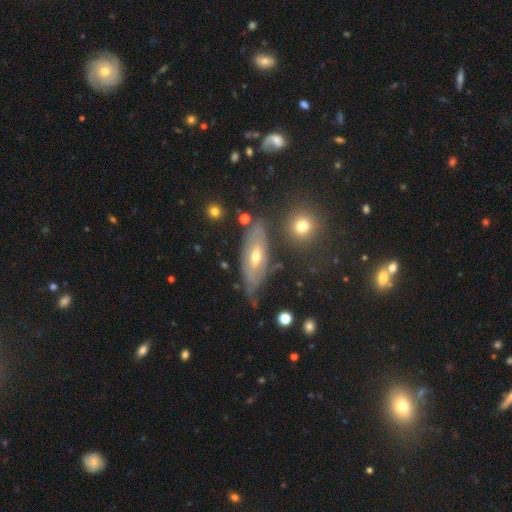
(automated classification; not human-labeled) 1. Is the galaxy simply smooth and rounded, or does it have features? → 64% featured or disk, 24% smooth, 12% star or artifact.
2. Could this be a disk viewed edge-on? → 64% no, 36% yes.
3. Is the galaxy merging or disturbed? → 65% none, 23% minor disturbance, 8% major disturbance, 5% merger.